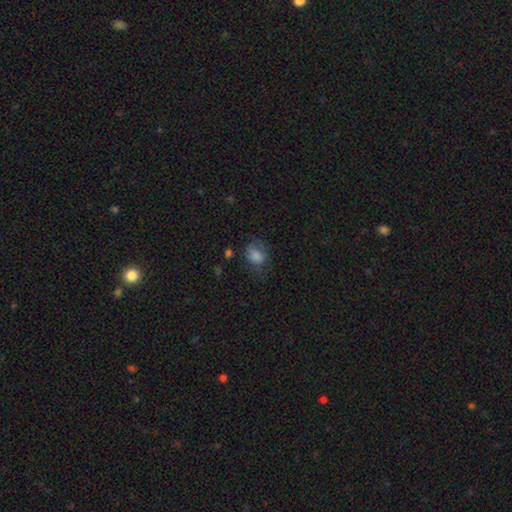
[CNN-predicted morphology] smooth 73%, star or artifact 14%, featured or disk 13%. Down the decision tree: how rounded — in between (56%); merging — none (53%).